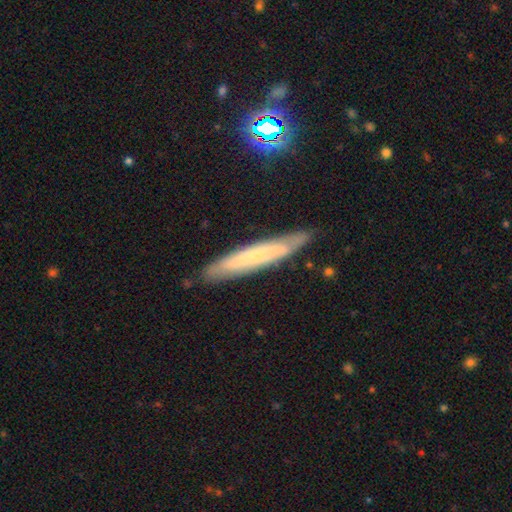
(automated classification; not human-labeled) Morphology: type=featured or disk (48%); merging=none (83%).